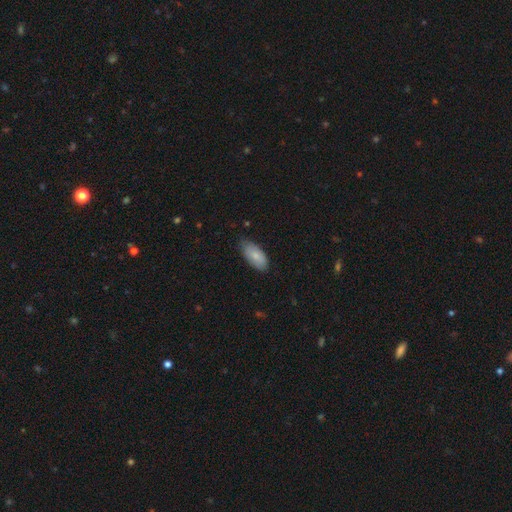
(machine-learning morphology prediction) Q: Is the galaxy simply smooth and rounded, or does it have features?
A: smooth — 81%.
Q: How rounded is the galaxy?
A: in between — 91%.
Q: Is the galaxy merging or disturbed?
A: none — 70%.